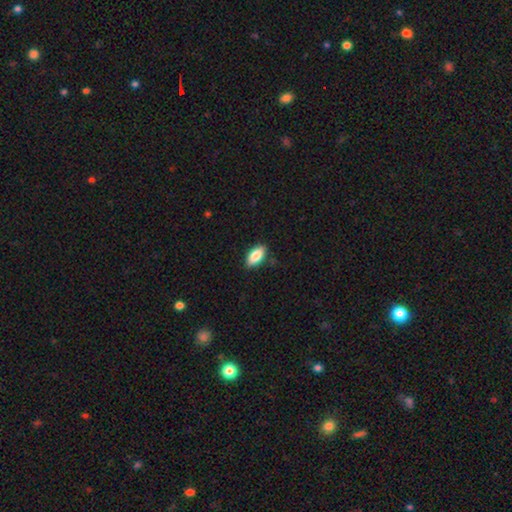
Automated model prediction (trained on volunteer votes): The model was most divided on "merging": none: 85%, minor disturbance: 12%, major disturbance: 2%, merger: 1%. More confident: how rounded — in between (90%); smooth or featured — smooth (85%).